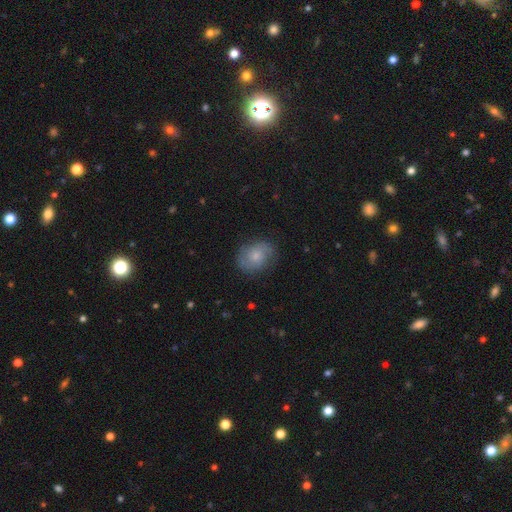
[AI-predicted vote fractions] Overall: smooth (52%; featured or disk 40%). How rounded: in between (52%; round 47%). Merging: none (75%).